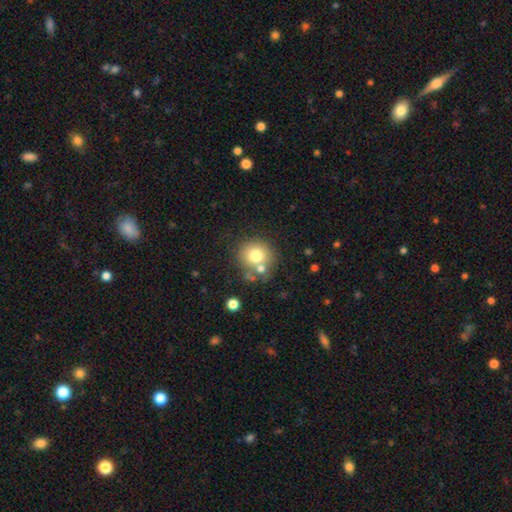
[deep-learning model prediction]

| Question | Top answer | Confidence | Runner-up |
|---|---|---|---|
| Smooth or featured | smooth | 74% | featured or disk (14%) |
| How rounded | round | 87% | in between (12%) |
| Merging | none | 62% | merger (21%) |